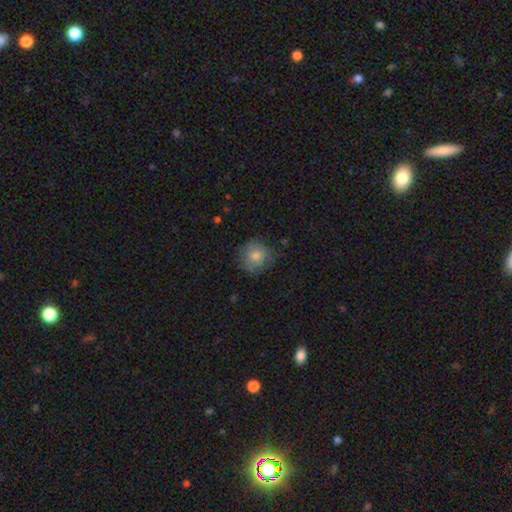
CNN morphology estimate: A smooth galaxy with no disk features (72%) that is round (91%). Merging: none (74%).